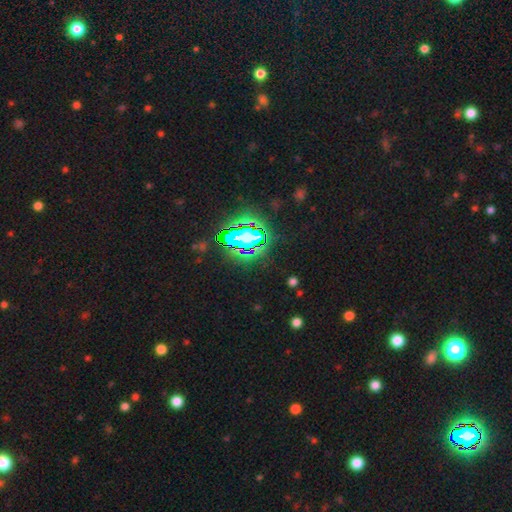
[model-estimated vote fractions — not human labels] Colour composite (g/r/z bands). It shows a star or artifact, not a galaxy (83%).